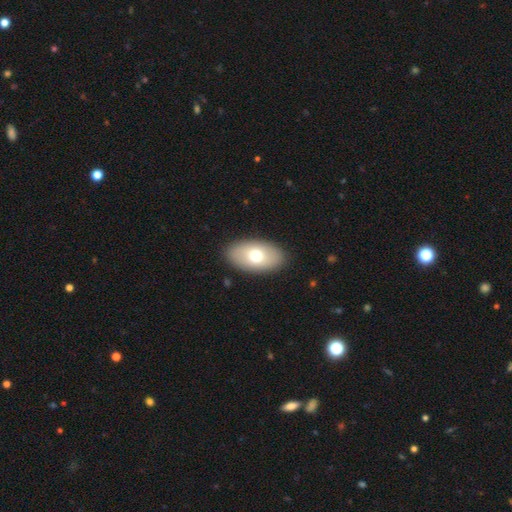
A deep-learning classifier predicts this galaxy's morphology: A smooth galaxy with no disk features (69%) that is in between round and cigar-shaped (93%). Merging: none (88%).